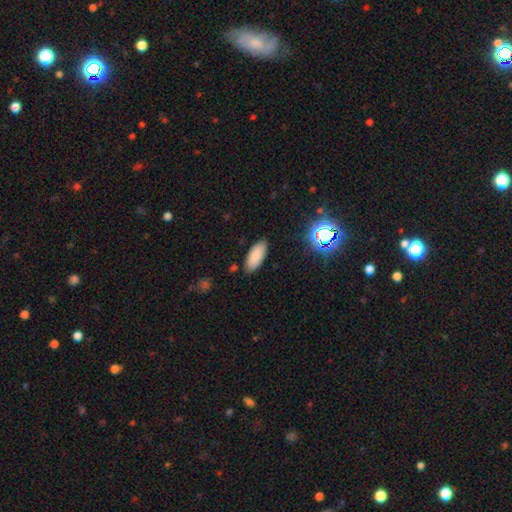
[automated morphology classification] Smooth or featured: smooth — 85% (star or artifact — 9%)
How rounded: in between — 84% (cigar-shaped — 14%)
Merging: none — 86% (minor disturbance — 10%)